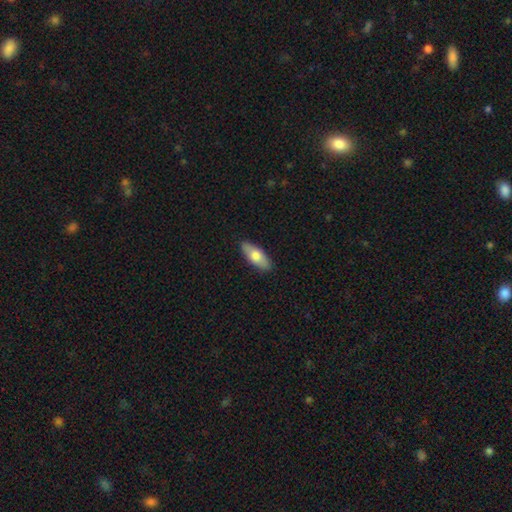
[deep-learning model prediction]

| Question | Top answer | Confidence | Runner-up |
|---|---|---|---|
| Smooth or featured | smooth | 73% | featured or disk (22%) |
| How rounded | in between | 79% | cigar-shaped (19%) |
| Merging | none | 88% | minor disturbance (9%) |